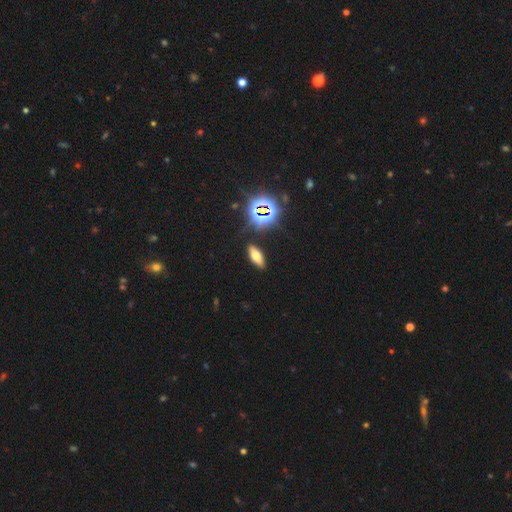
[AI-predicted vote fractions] A smooth galaxy with no disk features (55%) that is in between round and cigar-shaped (70%).

Vote fractions:
- Smooth or featured? smooth: 55% / star or artifact: 24% / featured or disk: 22%
- How rounded? in between: 70% / cigar-shaped: 24% / round: 6%
- Merging? none: 87% / minor disturbance: 9% / major disturbance: 3% / merger: 2%